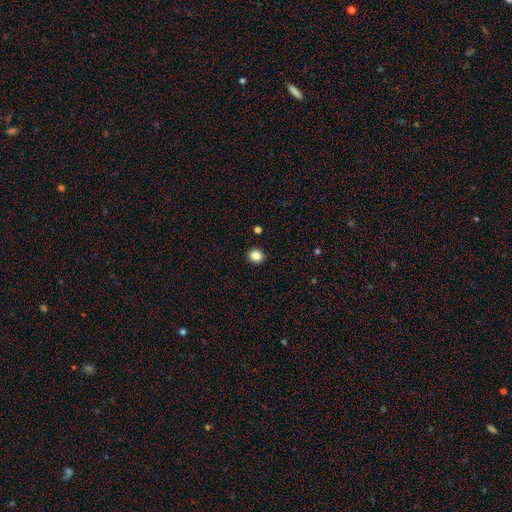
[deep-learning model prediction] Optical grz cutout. It shows a smooth galaxy with no disk features (84%) that is round (86%). Merging: none (92%).